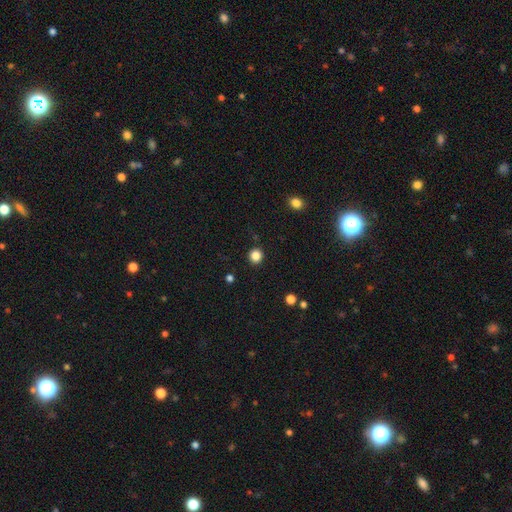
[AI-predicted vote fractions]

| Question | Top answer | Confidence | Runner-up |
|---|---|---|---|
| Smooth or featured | smooth | 85% | star or artifact (12%) |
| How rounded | round | 93% | in between (6%) |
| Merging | none | 92% | minor disturbance (5%) |